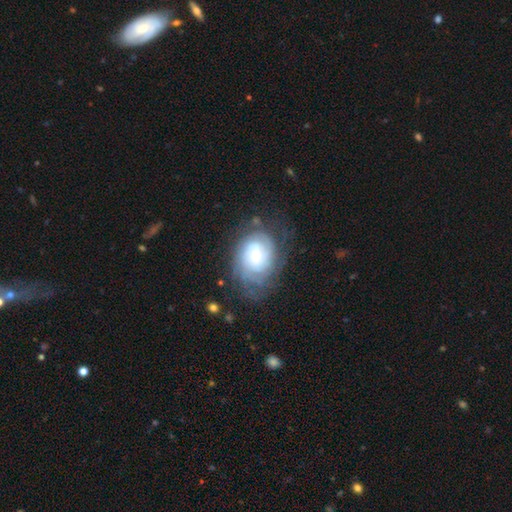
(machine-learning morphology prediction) A featured or disk galaxy (66%) with no bar (63%), tight (65%) spiral arms (85%) and a small central bulge (56%).

Vote fractions:
- Smooth or featured? featured or disk: 66% / smooth: 27% / star or artifact: 8%
- Edge-on disk? no: 97% / yes: 3%
- Bar? no: 63% / weak: 31% / strong: 6%
- Spiral arms? yes: 85% / no: 15%
- Spiral winding? tight: 65% / medium: 26% / loose: 9%
- Spiral arm count? can't tell: 54% / 2: 21% / 3: 10% / 4: 7% / 1: 5% / more than 4: 4%
- Bulge size? small: 56% / moderate: 33% / large: 7% / none: 3% / dominant: 2%
- Merging? none: 60% / minor disturbance: 23% / major disturbance: 15% / merger: 2%